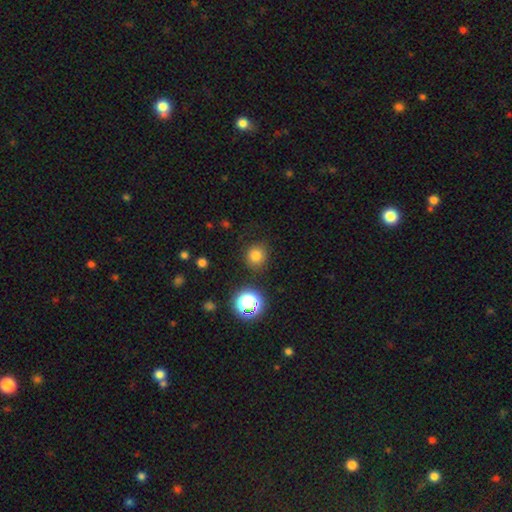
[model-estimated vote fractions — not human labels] This is likely a smooth galaxy (78%). How rounded: clearly round (89%). Merging: clearly none (86%).